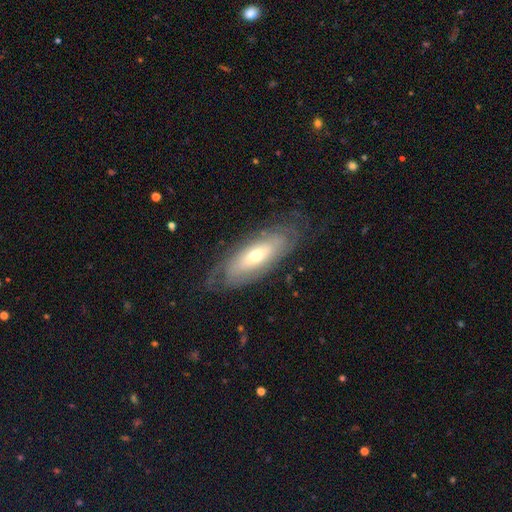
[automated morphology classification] A featured or disk galaxy (63%) with no bar (69%), spiral arms (66%) and a moderate central bulge (60%). Merging: none (71%).